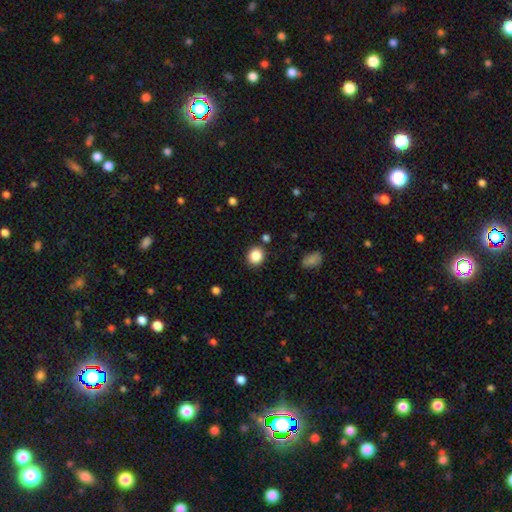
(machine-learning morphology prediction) smooth_or_featured: smooth (p=0.86) [alt: star or artifact p=0.10]
how_rounded: round (p=0.80) [alt: in between p=0.19]
merging: none (p=0.86) [alt: minor disturbance p=0.08]